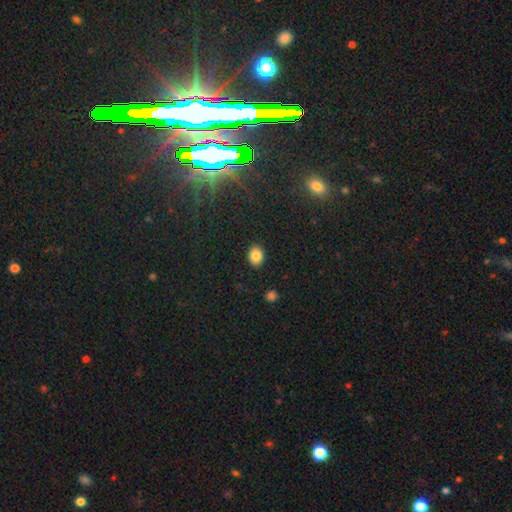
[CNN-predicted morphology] A smooth galaxy with no disk features (84%) that is in between round and cigar-shaped (59%).

Vote fractions:
- Smooth or featured? smooth: 84% / star or artifact: 10% / featured or disk: 6%
- How rounded? in between: 59% / round: 40% / cigar-shaped: 1%
- Merging? none: 90% / minor disturbance: 7% / major disturbance: 2% / merger: 1%